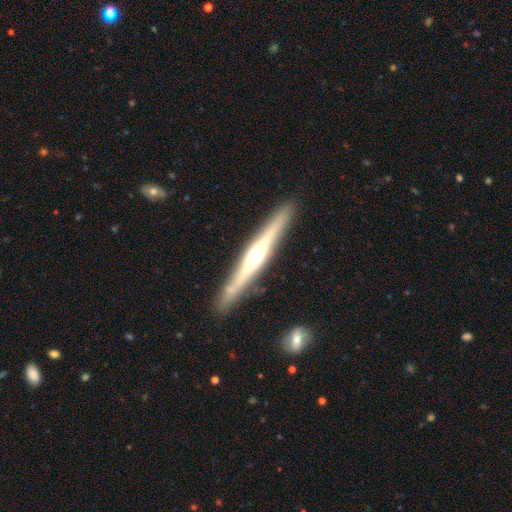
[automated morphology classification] Smooth or featured?
  - featured or disk: 75% *
  - smooth: 20%
  - star or artifact: 5%
Edge-on disk?
  - yes: 97% *
  - no: 3%
Edge-on bulge?
  - rounded: 84% *
  - none: 9%
  - boxy: 7%
Merging?
  - none: 88% *
  - minor disturbance: 8%
  - major disturbance: 2%
  - merger: 2%